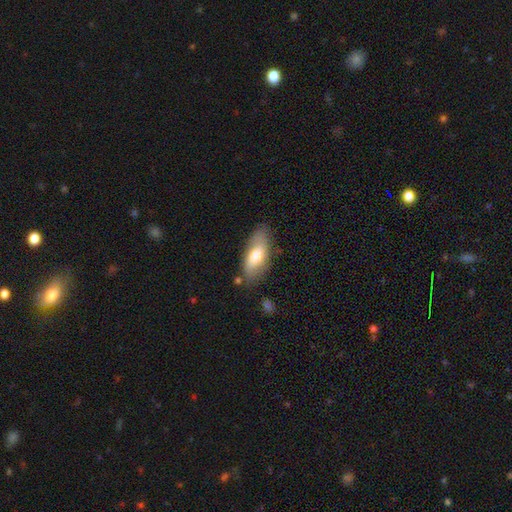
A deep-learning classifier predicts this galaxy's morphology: smooth_or_featured: smooth (p=0.66) [alt: featured or disk p=0.27]
how_rounded: in between (p=0.79) [alt: cigar-shaped p=0.18]
merging: none (p=0.76) [alt: minor disturbance p=0.17]